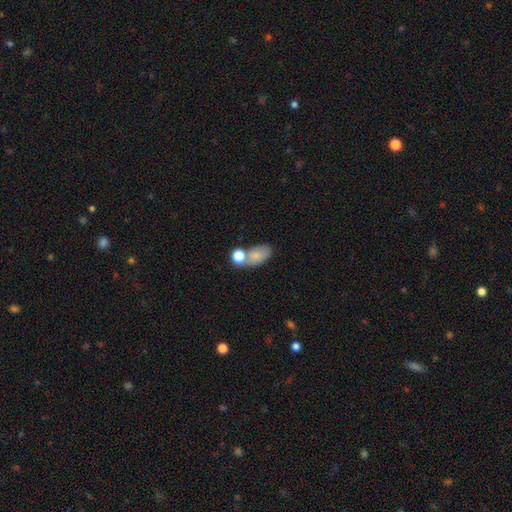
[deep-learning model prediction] Smooth or featured?
  - smooth: 78% *
  - featured or disk: 12%
  - star or artifact: 10%
How rounded?
  - in between: 87% *
  - round: 11%
  - cigar-shaped: 2%
Merging?
  - none: 47% *
  - merger: 30%
  - minor disturbance: 16%
  - major disturbance: 7%